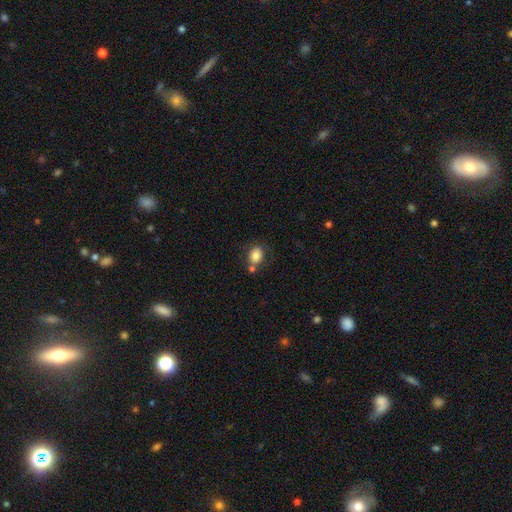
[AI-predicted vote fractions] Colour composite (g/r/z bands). It shows a smooth galaxy with no disk features (82%) that is in between round and cigar-shaped (53%). Merging: none (61%).